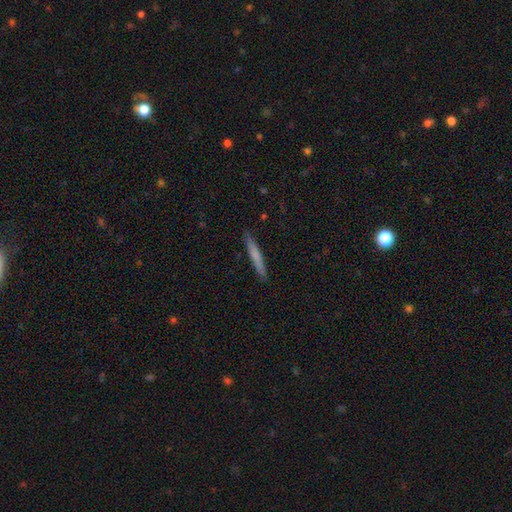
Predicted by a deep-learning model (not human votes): smooth-or-featured: smooth: 66% | featured or disk: 28% | star or artifact: 6%
  how-rounded: cigar-shaped: 96% | in between: 3% | round: 1%
  merging: none: 90% | minor disturbance: 7% | major disturbance: 1% | merger: 1%